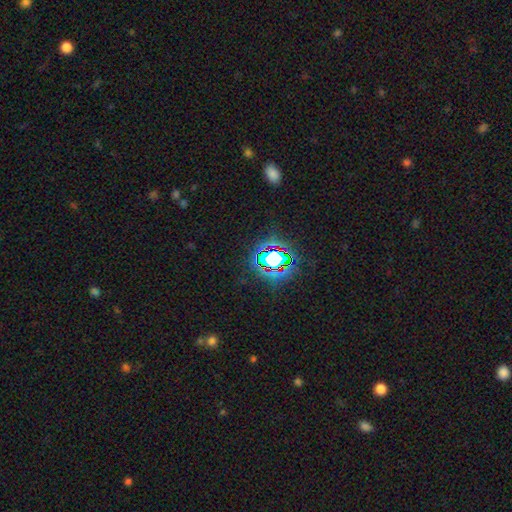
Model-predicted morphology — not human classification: A star or artifact, not a galaxy (78%).